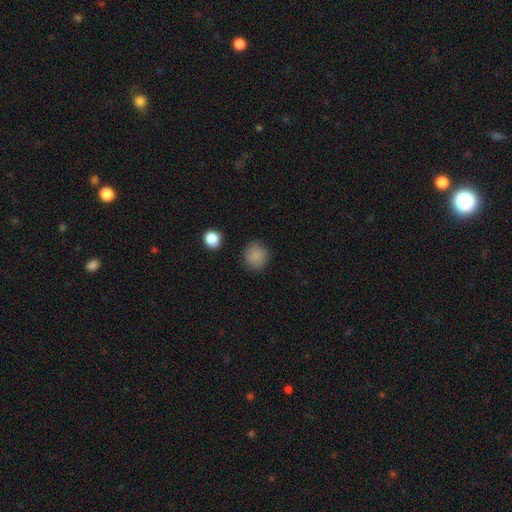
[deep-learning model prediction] Smooth or featured?
  - smooth: 86% *
  - star or artifact: 11%
  - featured or disk: 4%
How rounded?
  - round: 92% *
  - in between: 7%
  - cigar-shaped: 1%
Merging?
  - none: 88% *
  - minor disturbance: 8%
  - major disturbance: 3%
  - merger: 2%